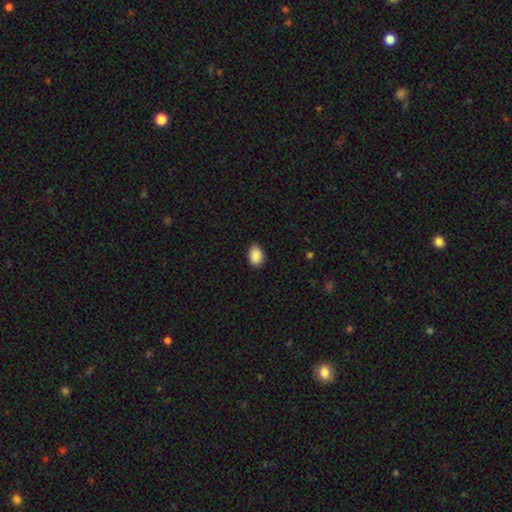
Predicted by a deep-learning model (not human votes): Smooth or featured: smooth — 89% (star or artifact — 8%)
How rounded: in between — 83% (round — 16%)
Merging: none — 84% (minor disturbance — 13%)